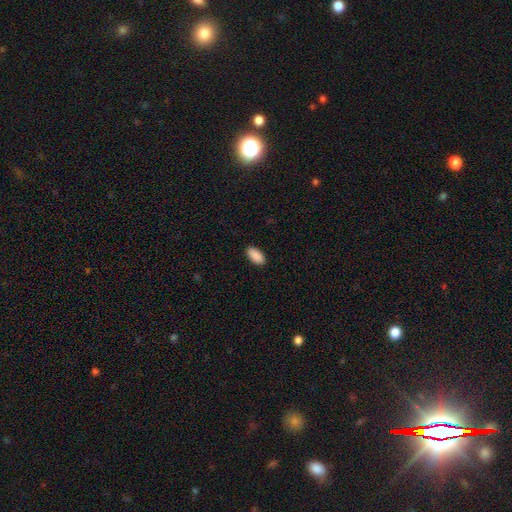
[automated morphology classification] Overall: smooth (91%). How rounded: in between (94%). Merging: none (90%).